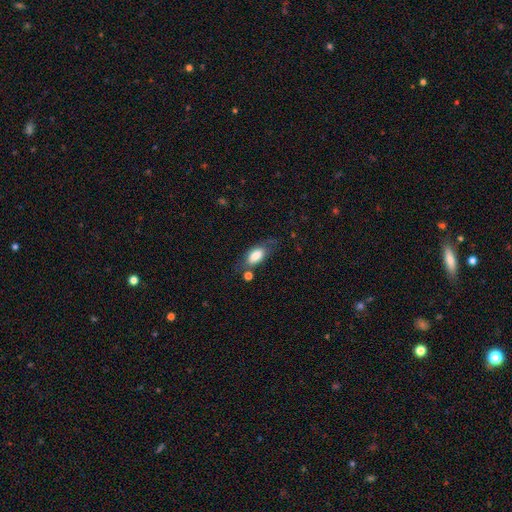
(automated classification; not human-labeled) smooth-or-featured: smooth: 75% | featured or disk: 17% | star or artifact: 7%
  how-rounded: in between: 88% | cigar-shaped: 8% | round: 4%
  merging: none: 53% | minor disturbance: 25% | major disturbance: 13% | merger: 9%